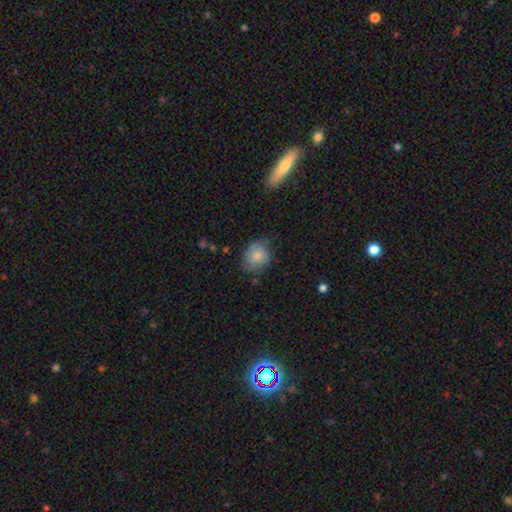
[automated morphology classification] This appears to be a smooth galaxy with no disk features (79%) that is round (65%). Merging: none (62%).